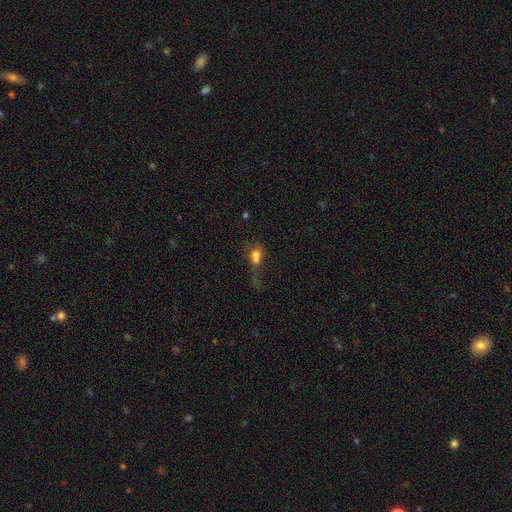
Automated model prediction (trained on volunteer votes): Q: Smooth or featured?
A: smooth (69%); runner-up: featured or disk (16%)
Q: How rounded?
A: in between (64%); runner-up: round (32%)
Q: Merging?
A: merger (43%); runner-up: major disturbance (26%)